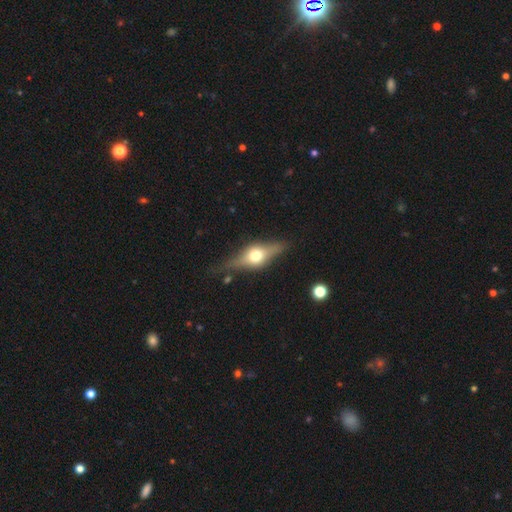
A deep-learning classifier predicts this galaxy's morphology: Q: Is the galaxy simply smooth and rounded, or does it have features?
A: featured or disk — 67%.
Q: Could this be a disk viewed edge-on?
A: yes — 93%.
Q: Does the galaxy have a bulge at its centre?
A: rounded — 95%.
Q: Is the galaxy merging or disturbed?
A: none — 79%.